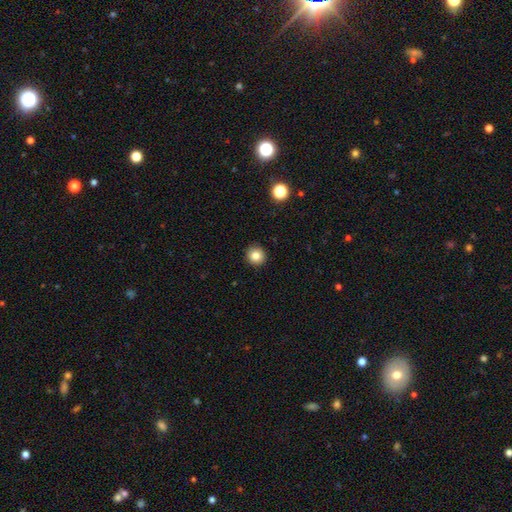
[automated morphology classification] This appears to be a smooth galaxy with no disk features (83%) that is round (92%). Merging: none (92%).